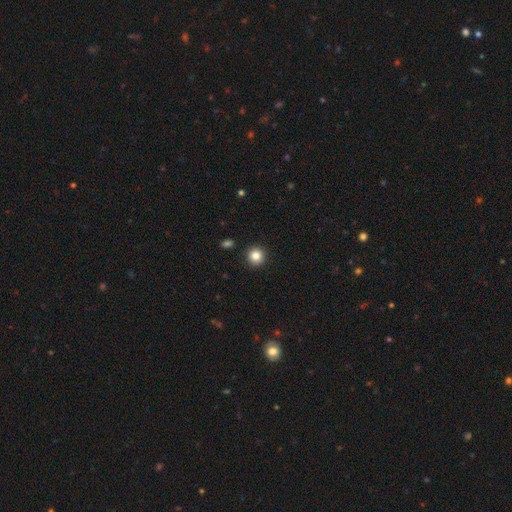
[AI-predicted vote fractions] A smooth galaxy with no disk features (84%) that is round (94%).

Vote fractions:
- Smooth or featured? smooth: 84% / star or artifact: 11% / featured or disk: 5%
- How rounded? round: 94% / in between: 5% / cigar-shaped: 1%
- Merging? none: 92% / minor disturbance: 5% / major disturbance: 2% / merger: 1%